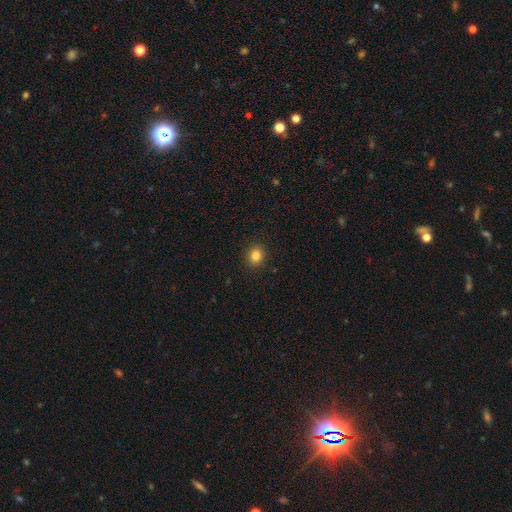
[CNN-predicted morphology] Smooth or featured? smooth (84%)
How rounded? round (76%)
Merging? none (91%)